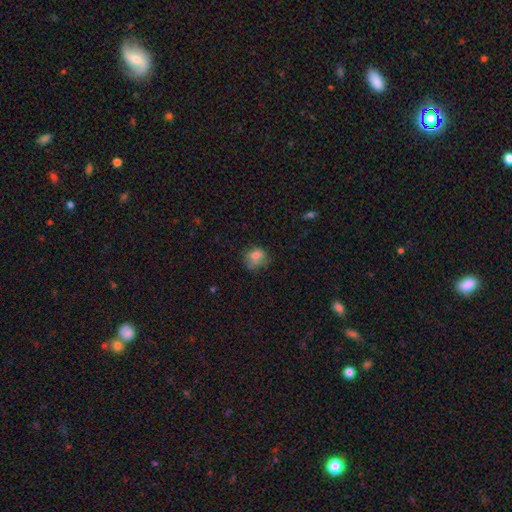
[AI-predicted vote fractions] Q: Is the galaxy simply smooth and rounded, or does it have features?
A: smooth — 74%.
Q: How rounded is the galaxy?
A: round — 63%.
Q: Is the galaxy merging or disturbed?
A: none — 55%.